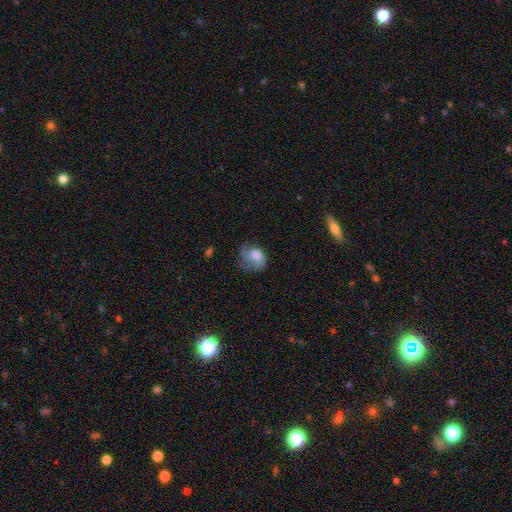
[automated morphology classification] Overall: smooth (57%; featured or disk 34%). How rounded: in between (52%; round 47%). Merging: none (37%; major disturbance 32%).